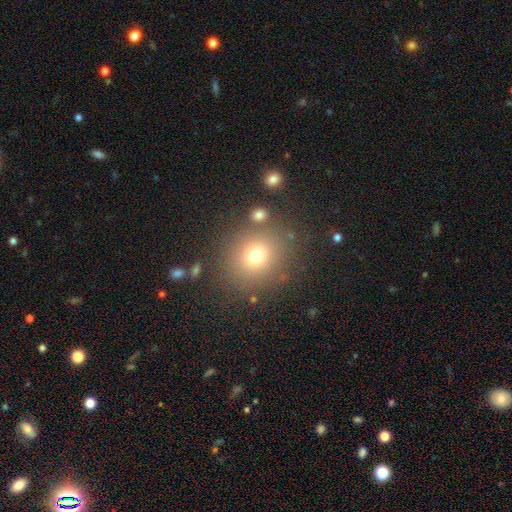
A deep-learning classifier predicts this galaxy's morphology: A smooth galaxy with no disk features (71%) that is round (83%). Merging: none (82%).